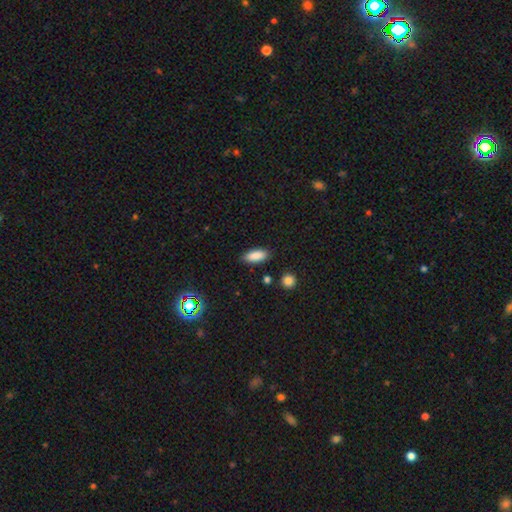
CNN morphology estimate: Smooth or featured? Predicted: smooth (p=0.87). How rounded? Predicted: in between (p=0.81). Merging? Predicted: none (p=0.85).